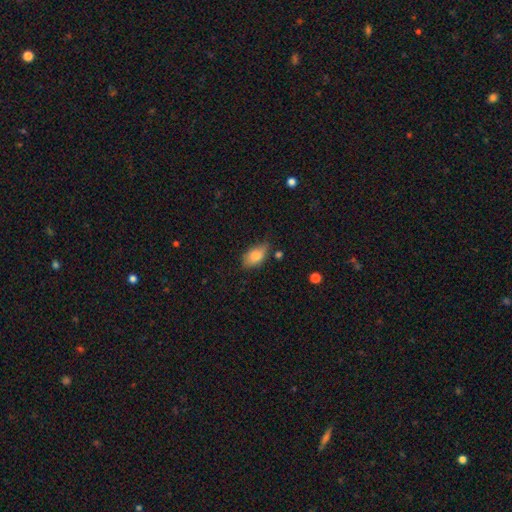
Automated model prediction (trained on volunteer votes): Smooth or featured: smooth — 78% (featured or disk — 14%)
How rounded: in between — 89% (round — 7%)
Merging: none — 61% (minor disturbance — 30%)